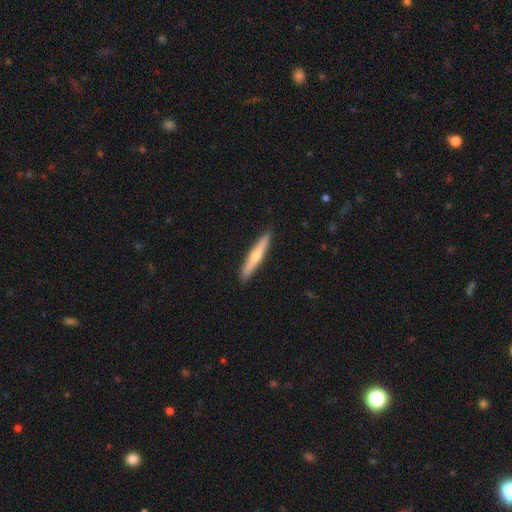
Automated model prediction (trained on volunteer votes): A featured or disk galaxy (49%). Merging: none (91%).